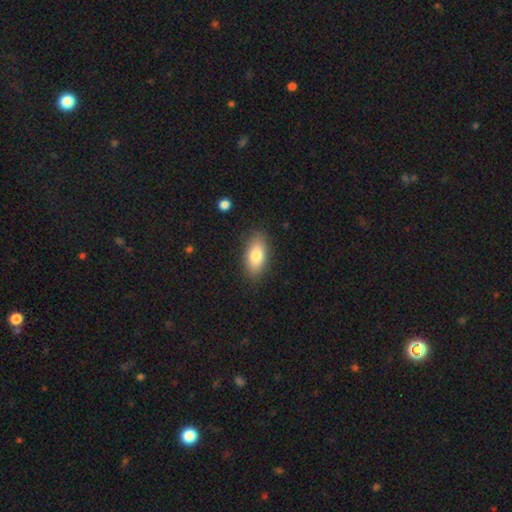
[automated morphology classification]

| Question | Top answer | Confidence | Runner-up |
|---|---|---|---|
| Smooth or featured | smooth | 80% | featured or disk (13%) |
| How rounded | in between | 88% | cigar-shaped (8%) |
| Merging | none | 86% | minor disturbance (10%) |